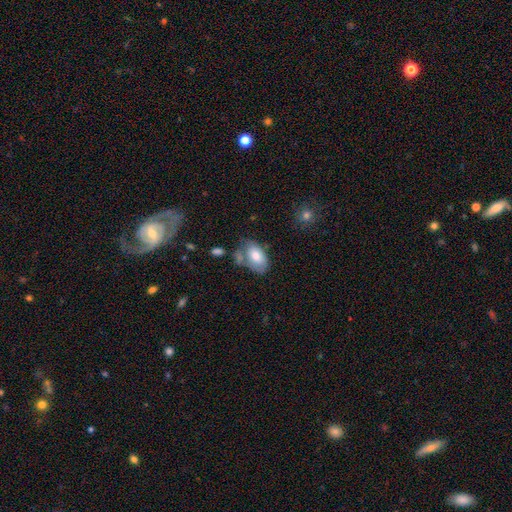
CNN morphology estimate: This is likely a smooth galaxy (73%). How rounded: clearly in between (93%). Merging: possibly none (45%).